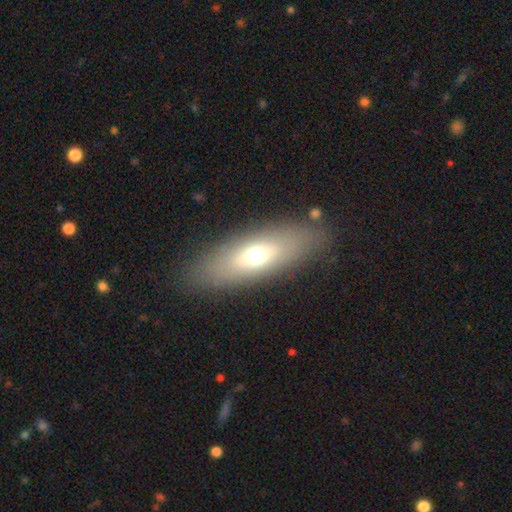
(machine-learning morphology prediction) The model was most divided on "smooth or featured": smooth: 58%, featured or disk: 33%, star or artifact: 8%. More confident: merging — none (85%); how rounded — in between (65%).